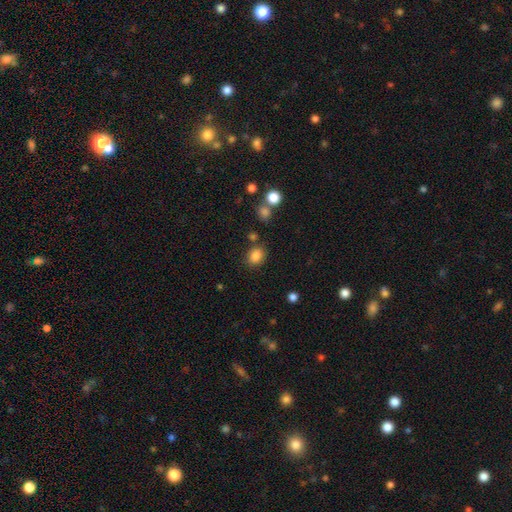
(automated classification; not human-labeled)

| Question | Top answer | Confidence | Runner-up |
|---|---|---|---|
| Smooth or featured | smooth | 84% | star or artifact (11%) |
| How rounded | round | 54% | in between (45%) |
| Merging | none | 78% | minor disturbance (12%) |